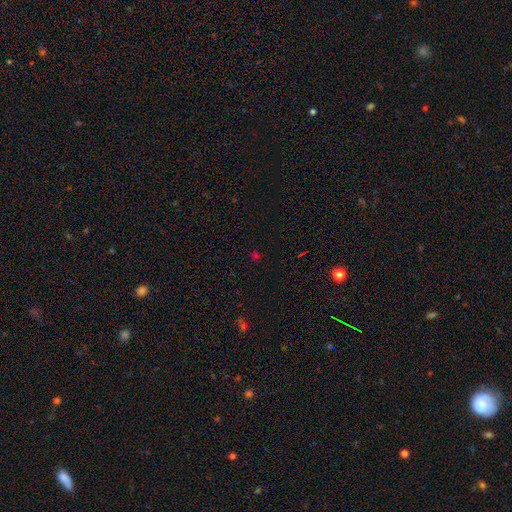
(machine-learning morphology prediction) This appears to be a star or artifact, not a galaxy (55%).